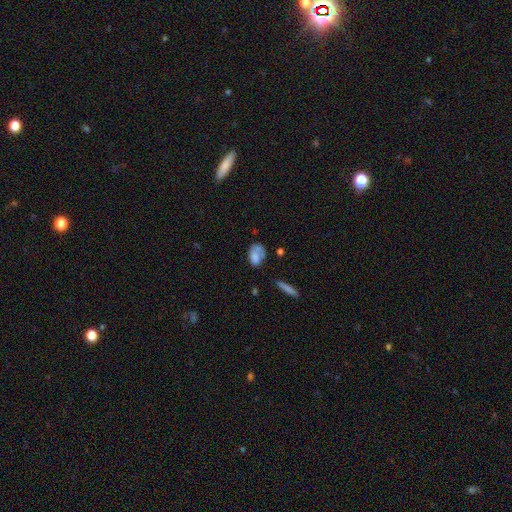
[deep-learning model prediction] smooth-or-featured: smooth: 72% | featured or disk: 19% | star or artifact: 9%
  how-rounded: in between: 84% | round: 13% | cigar-shaped: 3%
  merging: none: 45% | minor disturbance: 30% | major disturbance: 17% | merger: 9%